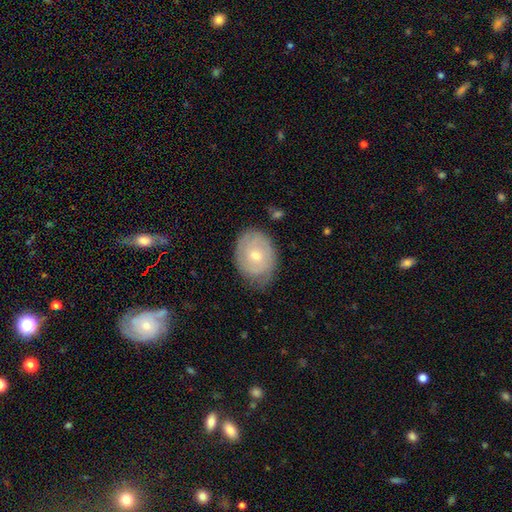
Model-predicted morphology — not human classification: Smooth or featured: featured or disk — 61% (smooth — 32%)
Edge-on disk: no — 95% (yes — 5%)
Bar: no — 72% (weak — 24%)
Spiral arms: yes — 74% (no — 26%)
Bulge size: moderate — 55% (small — 42%)
Merging: none — 71% (minor disturbance — 22%)